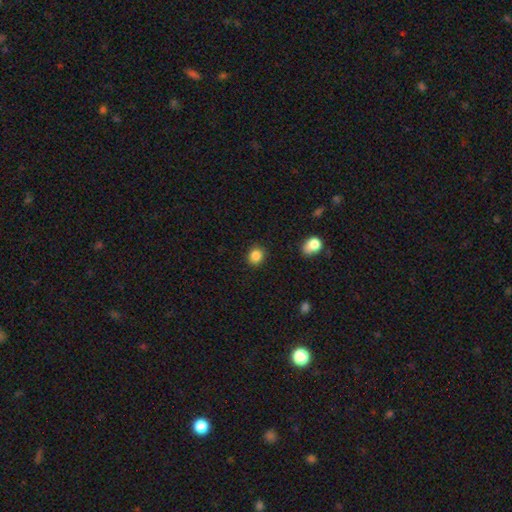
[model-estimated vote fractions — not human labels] Smooth or featured? smooth (87%)
How rounded? round (83%)
Merging? none (89%)